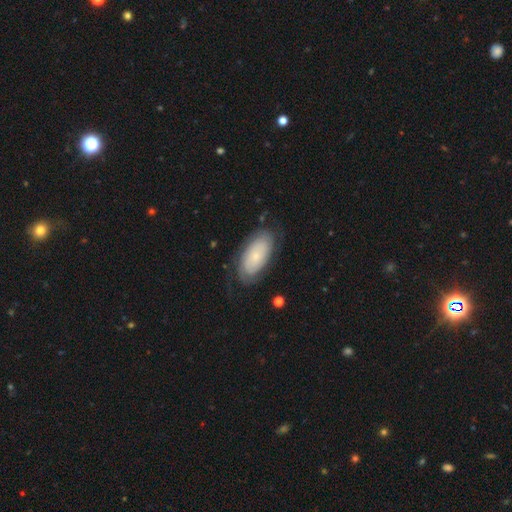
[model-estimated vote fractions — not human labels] Smooth or featured: smooth — 50% (featured or disk — 43%)
Merging: none — 71% (minor disturbance — 20%)